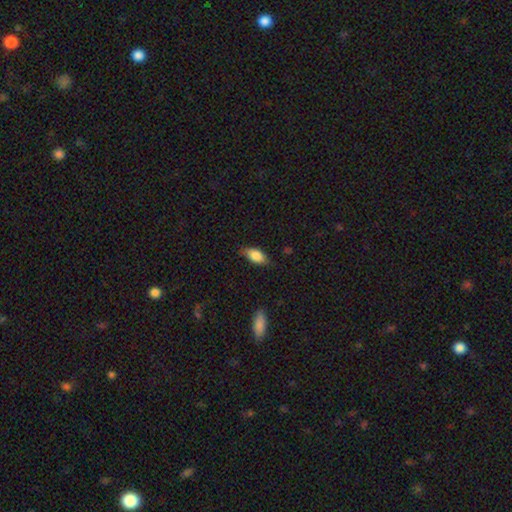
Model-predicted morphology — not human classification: smooth-or-featured: smooth: 81% | featured or disk: 12% | star or artifact: 7%
  how-rounded: in between: 87% | cigar-shaped: 9% | round: 4%
  merging: none: 75% | minor disturbance: 19% | major disturbance: 4% | merger: 1%